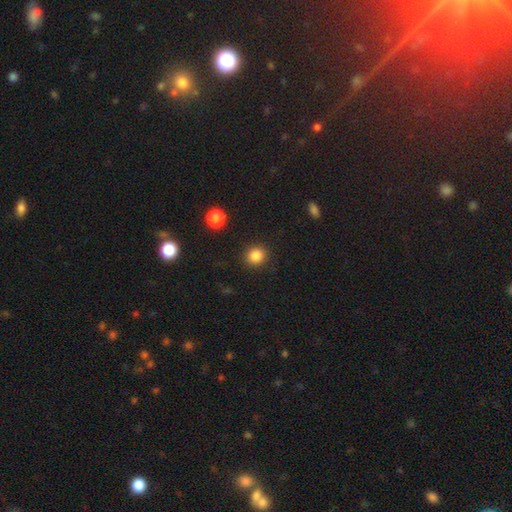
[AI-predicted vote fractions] smooth-or-featured: smooth: 85% | star or artifact: 11% | featured or disk: 4%
  how-rounded: round: 89% | in between: 10% | cigar-shaped: 1%
  merging: none: 90% | minor disturbance: 6% | major disturbance: 2% | merger: 1%